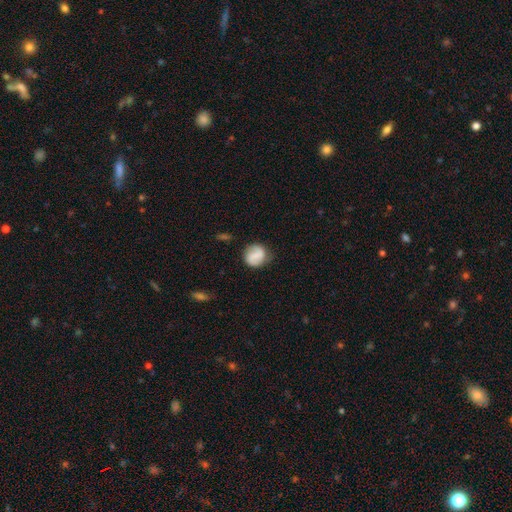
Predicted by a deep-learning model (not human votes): A smooth galaxy with no disk features (57%) that is round (79%).

Vote fractions:
- Smooth or featured? smooth: 57% / featured or disk: 35% / star or artifact: 8%
- How rounded? round: 79% / in between: 20% / cigar-shaped: 1%
- Merging? none: 69% / minor disturbance: 22% / major disturbance: 7% / merger: 2%